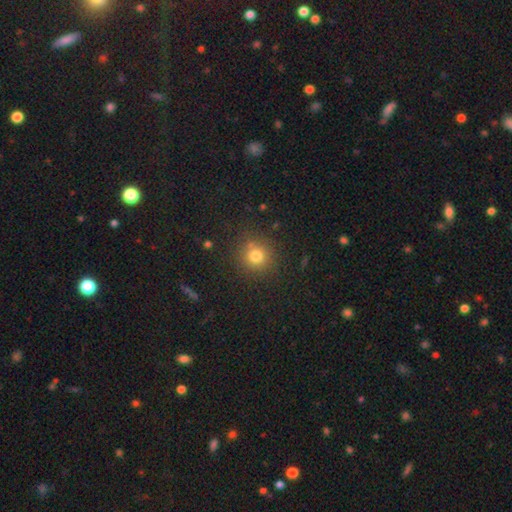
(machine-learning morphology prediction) Smooth or featured: smooth — 77% (star or artifact — 16%)
How rounded: round — 92% (in between — 7%)
Merging: none — 83% (minor disturbance — 9%)